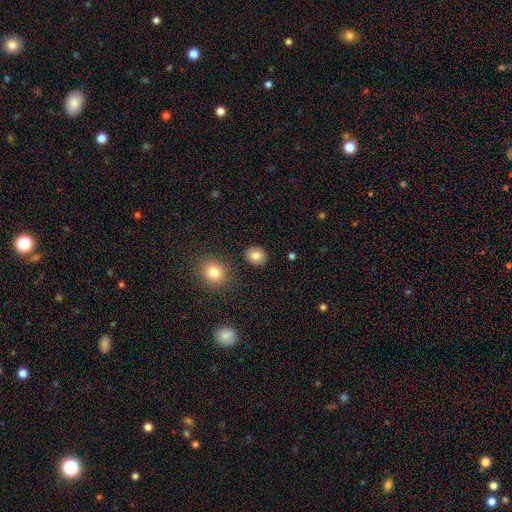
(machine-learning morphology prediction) Q: Smooth or featured?
A: smooth (82%); runner-up: star or artifact (10%)
Q: How rounded?
A: round (72%); runner-up: in between (27%)
Q: Merging?
A: none (88%); runner-up: minor disturbance (7%)